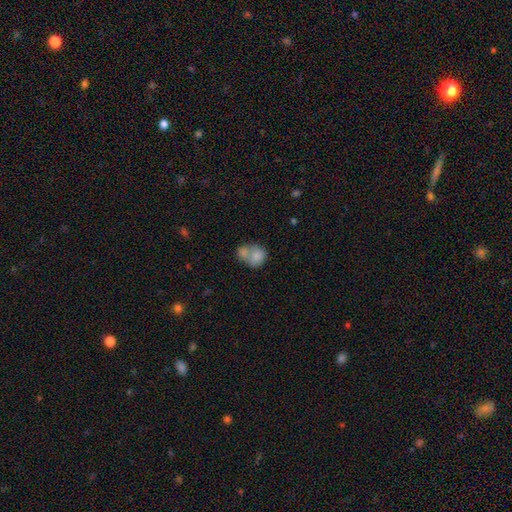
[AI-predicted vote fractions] Morphology: type=smooth (78%); roundness=round (62%); merging=merger (66%).